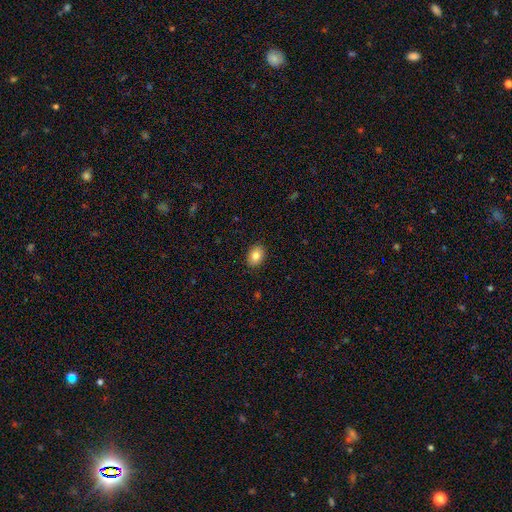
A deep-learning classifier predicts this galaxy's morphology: smooth-or-featured: smooth: 83% | featured or disk: 9% | star or artifact: 8%
  how-rounded: in between: 68% | round: 31% | cigar-shaped: 1%
  merging: none: 89% | minor disturbance: 8% | major disturbance: 2% | merger: 1%